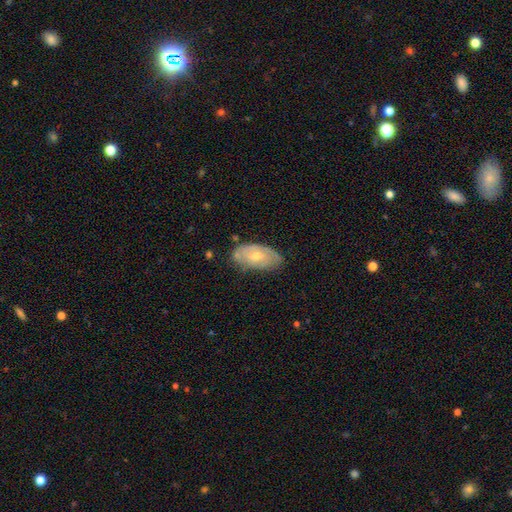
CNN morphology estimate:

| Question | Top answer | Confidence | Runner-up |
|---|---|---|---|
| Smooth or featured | featured or disk | 59% | smooth (34%) |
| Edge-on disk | no | 92% | yes (8%) |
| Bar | no | 64% | weak (31%) |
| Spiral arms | yes | 75% | no (25%) |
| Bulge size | moderate | 48% | tied: small (48%) |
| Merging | none | 66% | minor disturbance (25%) |